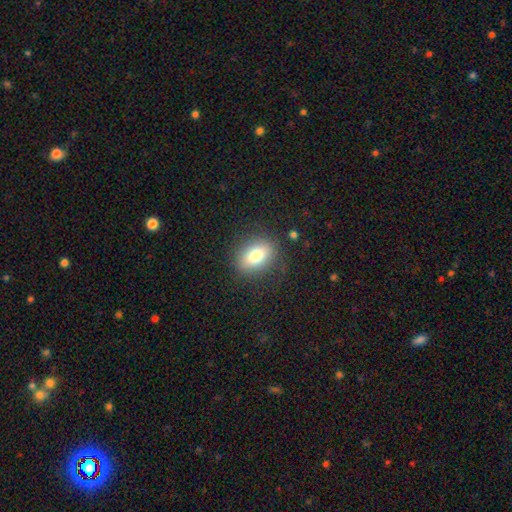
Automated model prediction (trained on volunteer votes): This is likely a smooth galaxy (78%). How rounded: likely in between (70%). Merging: clearly none (81%).